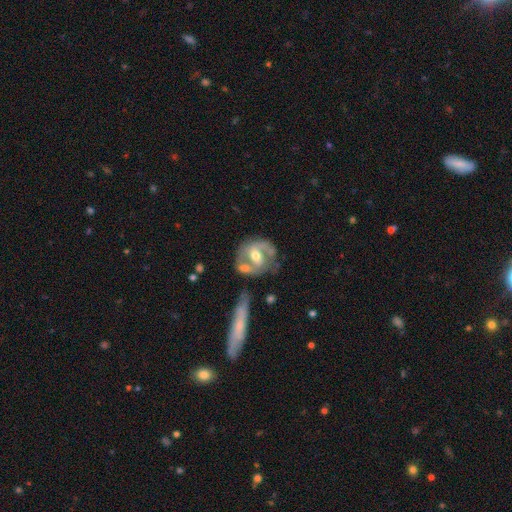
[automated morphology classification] featured or disk 76%, smooth 19%, star or artifact 6%. Down the decision tree: edge-on disk — no (96%); bar — weak (40%); spiral arms — yes (80%); spiral arm count — 2 (77%); spiral winding — medium (48%); bulge size — moderate (69%); merging — none (48%).